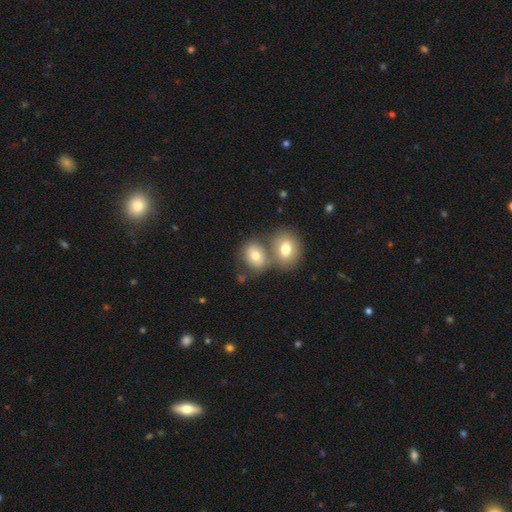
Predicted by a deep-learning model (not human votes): smooth 73%, featured or disk 18%, star or artifact 9%. Down the decision tree: how rounded — in between (52%); merging — merger (45%).